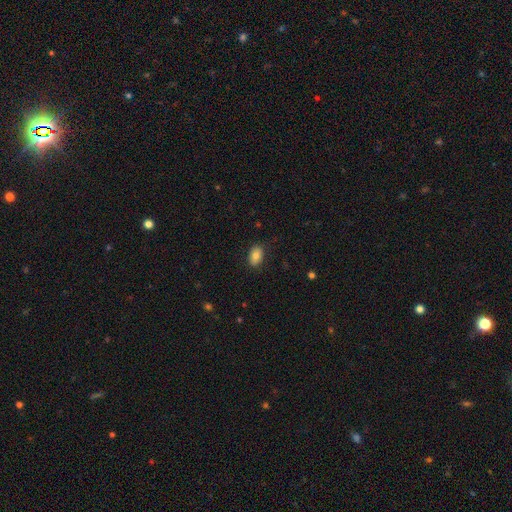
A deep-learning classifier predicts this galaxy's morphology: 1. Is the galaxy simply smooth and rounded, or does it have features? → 82% smooth, 10% featured or disk, 8% star or artifact.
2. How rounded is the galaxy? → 88% in between, 10% round, 2% cigar-shaped.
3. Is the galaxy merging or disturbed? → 84% none, 12% minor disturbance, 3% major disturbance, 1% merger.